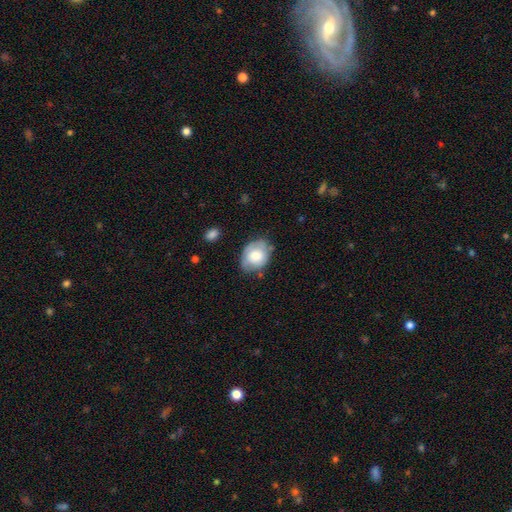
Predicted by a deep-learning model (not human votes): This appears to be a smooth galaxy with no disk features (65%) that is in between round and cigar-shaped (55%). Merging: none (59%).